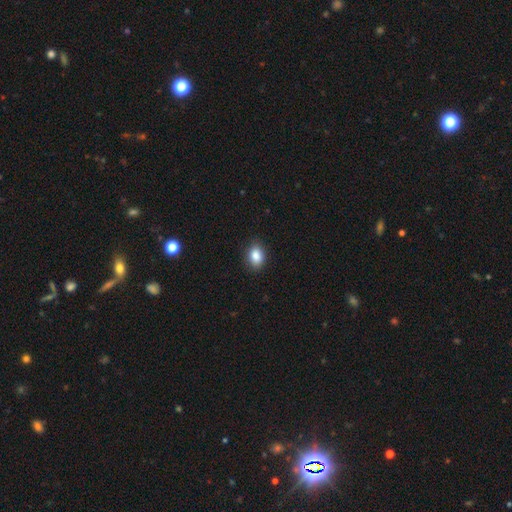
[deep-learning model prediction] Q: Smooth or featured?
A: smooth (87%); runner-up: star or artifact (9%)
Q: How rounded?
A: in between (74%); runner-up: round (24%)
Q: Merging?
A: none (88%); runner-up: minor disturbance (9%)